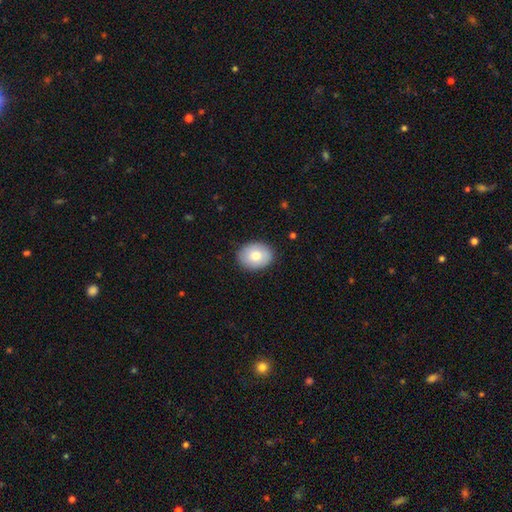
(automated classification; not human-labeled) Smooth or featured?
  - smooth: 78% *
  - featured or disk: 15%
  - star or artifact: 7%
How rounded?
  - in between: 59% *
  - round: 40%
  - cigar-shaped: 1%
Merging?
  - none: 87% *
  - minor disturbance: 10%
  - major disturbance: 2%
  - merger: 1%